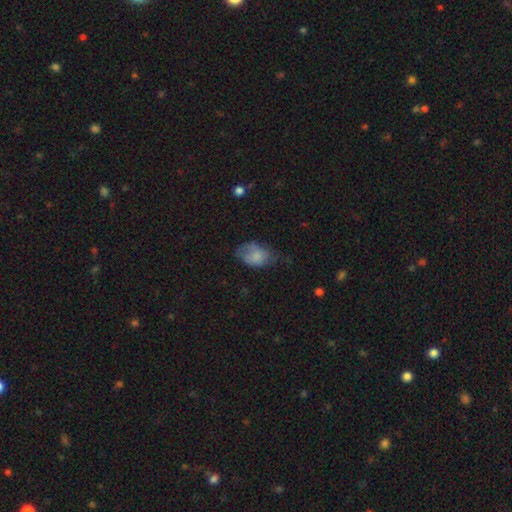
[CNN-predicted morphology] A smooth galaxy with no disk features (70%) that is in between round and cigar-shaped (88%).

Vote fractions:
- Smooth or featured? smooth: 70% / featured or disk: 21% / star or artifact: 9%
- How rounded? in between: 88% / round: 11% / cigar-shaped: 1%
- Merging? none: 39% / minor disturbance: 38% / major disturbance: 21% / merger: 2%